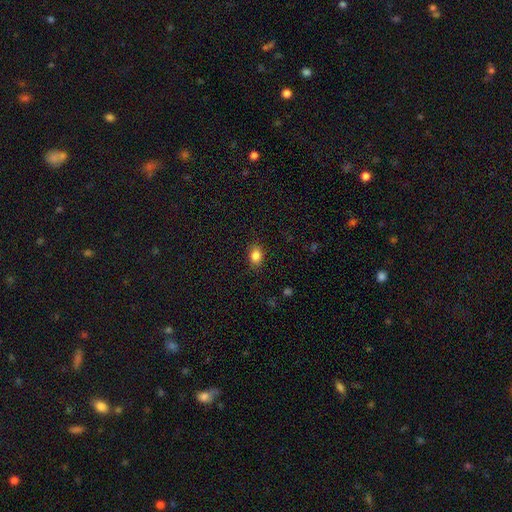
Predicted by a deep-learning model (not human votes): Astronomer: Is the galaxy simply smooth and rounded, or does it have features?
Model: smooth — 85%.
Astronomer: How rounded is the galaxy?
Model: in between — 69%.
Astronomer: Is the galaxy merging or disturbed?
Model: none — 85%.